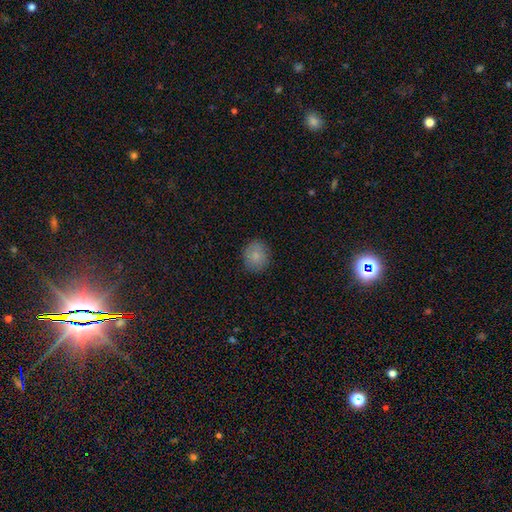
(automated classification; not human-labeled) A smooth galaxy with no disk features (83%) that is round (78%). Merging: none (87%).